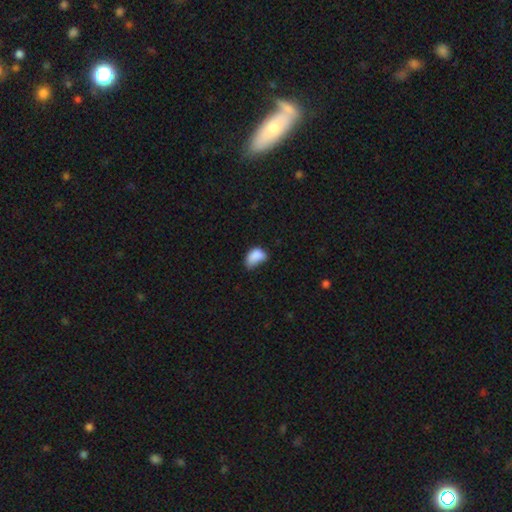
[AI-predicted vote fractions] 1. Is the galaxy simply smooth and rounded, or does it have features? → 83% smooth, 9% star or artifact, 8% featured or disk.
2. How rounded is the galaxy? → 87% in between, 12% round, 2% cigar-shaped.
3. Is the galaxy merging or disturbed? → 44% minor disturbance, 28% none, 23% major disturbance, 5% merger.